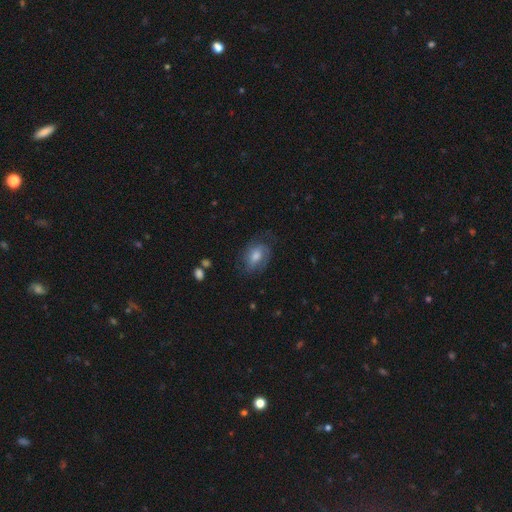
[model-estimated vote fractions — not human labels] Smooth or featured?
  - featured or disk: 57% *
  - smooth: 33%
  - star or artifact: 10%
Edge-on disk?
  - no: 95% *
  - yes: 5%
Bar?
  - no: 50% *
  - weak: 40%
  - strong: 10%
Spiral arms?
  - yes: 86% *
  - no: 14%
Bulge size?
  - moderate: 57% *
  - small: 20%
  - large: 16%
  - none: 4%
  - dominant: 2%
Merging?
  - none: 65% *
  - minor disturbance: 21%
  - major disturbance: 12%
  - merger: 2%